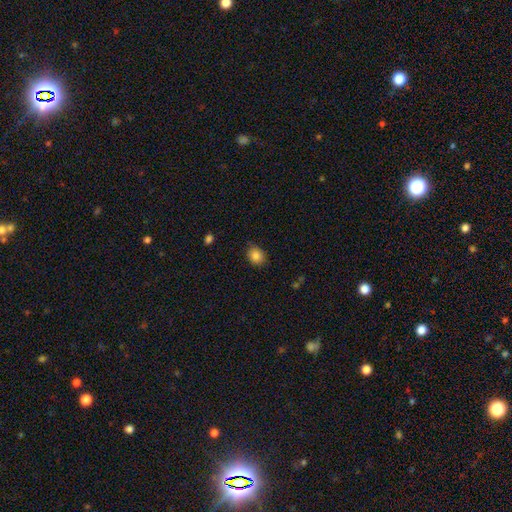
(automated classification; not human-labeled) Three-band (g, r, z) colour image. It shows a smooth galaxy with no disk features (85%) that is round (56%). Merging: none (82%).